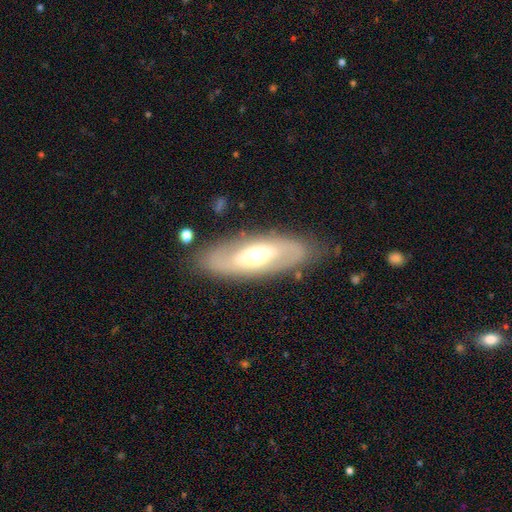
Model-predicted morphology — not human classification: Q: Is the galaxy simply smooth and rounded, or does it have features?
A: featured or disk — 63%.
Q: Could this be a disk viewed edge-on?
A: no — 82%.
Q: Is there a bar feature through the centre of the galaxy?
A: no — 60%.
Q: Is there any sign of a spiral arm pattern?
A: yes — 54%.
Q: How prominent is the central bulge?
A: moderate — 65%.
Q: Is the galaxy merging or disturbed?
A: none — 82%.